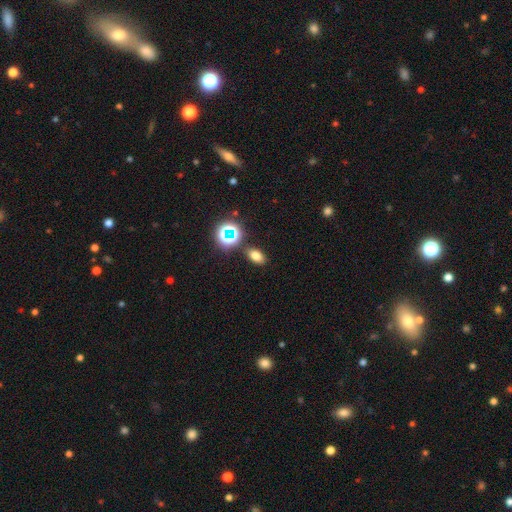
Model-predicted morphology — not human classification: Overall: smooth (71%). How rounded: in between (84%). Merging: none (83%).